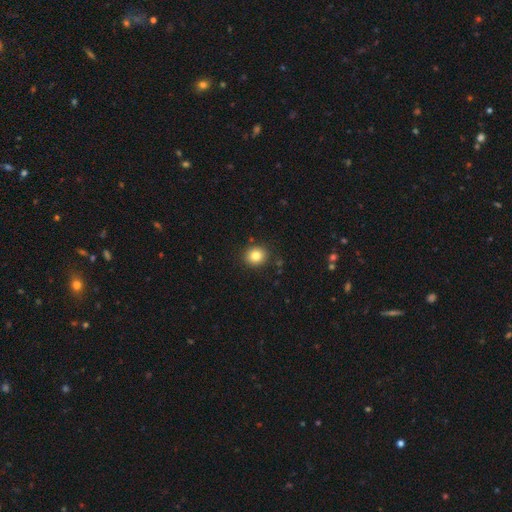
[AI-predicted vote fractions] Smooth or featured: smooth — 83% (star or artifact — 11%)
How rounded: round — 81% (in between — 18%)
Merging: none — 89% (minor disturbance — 7%)